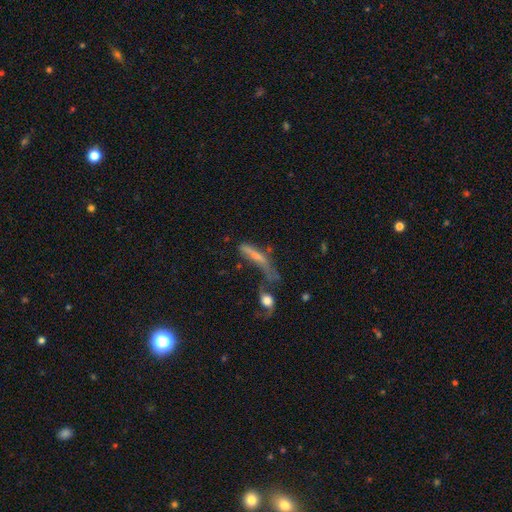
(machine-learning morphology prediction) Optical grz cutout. It shows a featured or disk galaxy (47%). Merging: merger (35%).